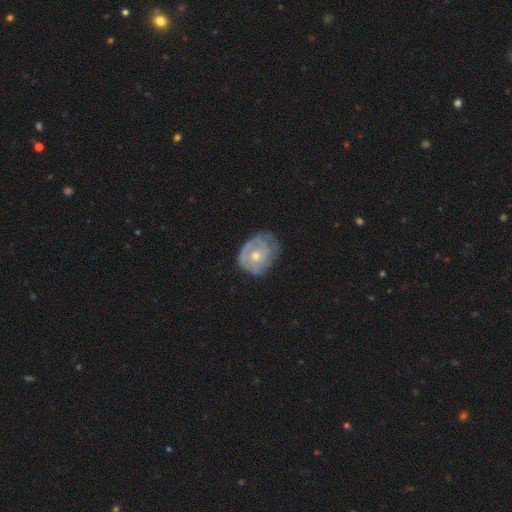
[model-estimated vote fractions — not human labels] Q: Smooth or featured?
A: featured or disk (57%); runner-up: smooth (37%)
Q: Edge-on disk?
A: no (96%); runner-up: yes (4%)
Q: Bar?
A: no (84%); runner-up: weak (14%)
Q: Spiral arms?
A: yes (56%); runner-up: no (44%)
Q: Bulge size?
A: moderate (60%); runner-up: small (35%)
Q: Merging?
A: none (48%); runner-up: minor disturbance (32%)